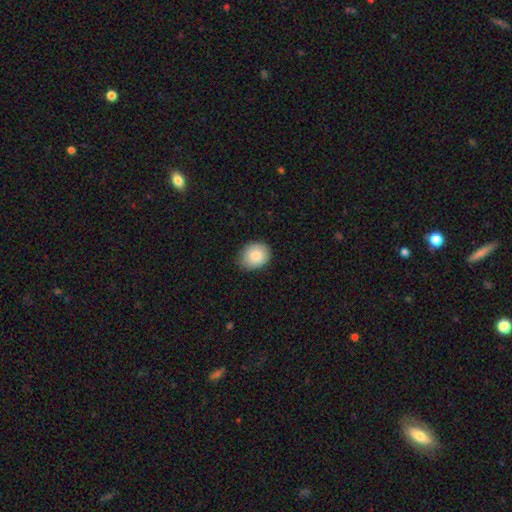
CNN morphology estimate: Smooth or featured?
  - smooth: 86% *
  - featured or disk: 7%
  - star or artifact: 7%
How rounded?
  - round: 58% *
  - in between: 41%
  - cigar-shaped: 1%
Merging?
  - none: 77% *
  - minor disturbance: 19%
  - major disturbance: 3%
  - merger: 1%